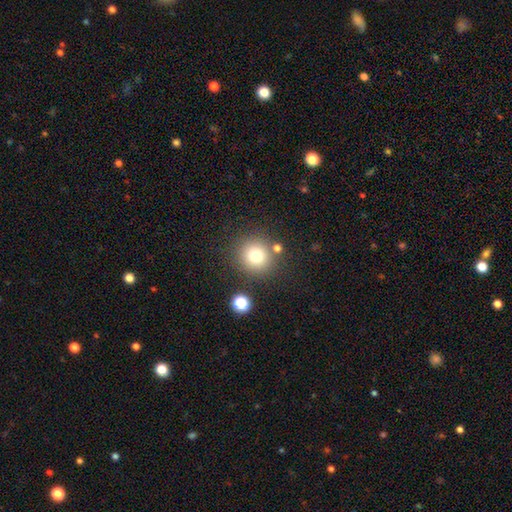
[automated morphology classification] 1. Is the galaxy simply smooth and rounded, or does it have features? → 77% smooth, 14% star or artifact, 9% featured or disk.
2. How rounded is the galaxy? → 93% round, 6% in between, 1% cigar-shaped.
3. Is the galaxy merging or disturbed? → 81% none, 8% minor disturbance, 7% merger, 4% major disturbance.